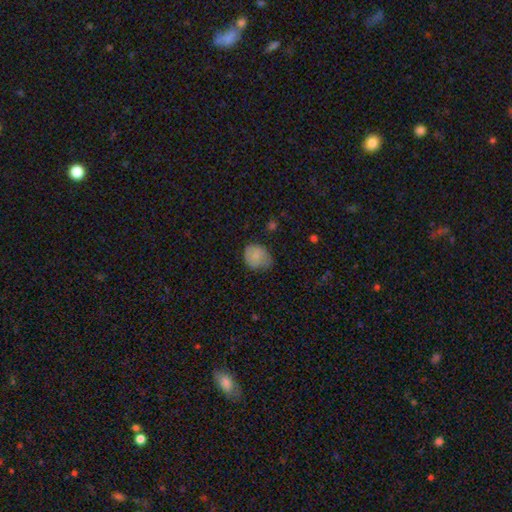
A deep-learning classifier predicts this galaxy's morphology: This is likely a smooth galaxy (76%). How rounded: possibly round (57%). Merging: possibly none (50%).